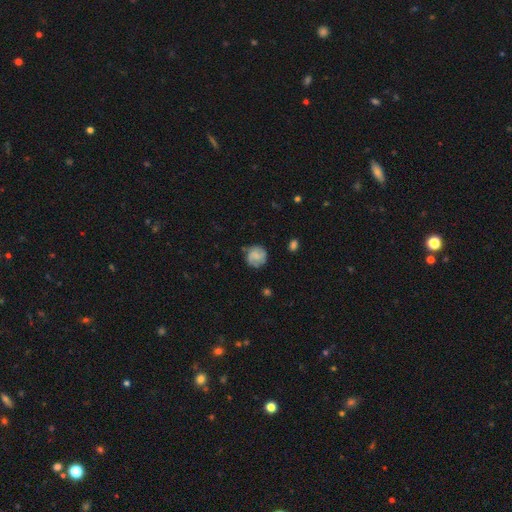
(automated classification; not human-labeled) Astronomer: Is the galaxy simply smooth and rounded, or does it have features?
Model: smooth — 56% (runner-up: featured or disk, 35%).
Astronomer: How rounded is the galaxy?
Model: round — 86%.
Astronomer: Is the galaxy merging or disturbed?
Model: none — 72%.